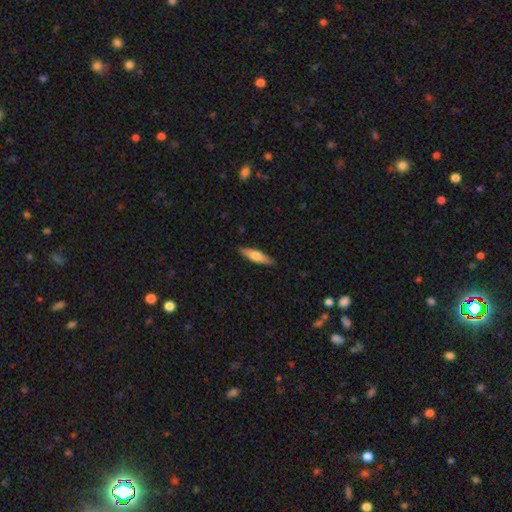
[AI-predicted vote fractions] This is possibly a smooth galaxy (58%). How rounded: likely cigar-shaped (66%). Merging: clearly none (89%).